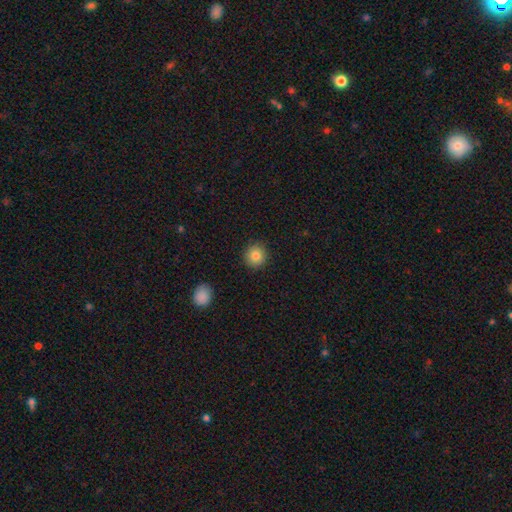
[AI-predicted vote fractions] This appears to be a smooth galaxy with no disk features (84%) that is round (92%). Merging: none (91%).